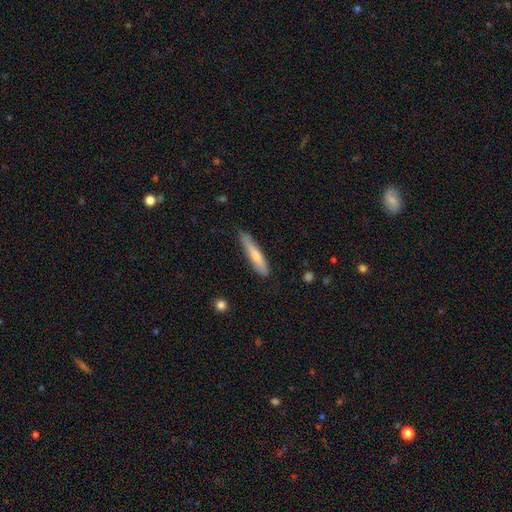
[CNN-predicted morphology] smooth-or-featured: smooth: 62% | featured or disk: 32% | star or artifact: 6%
  how-rounded: cigar-shaped: 90% | in between: 9% | round: 1%
  merging: none: 77% | minor disturbance: 19% | major disturbance: 3% | merger: 2%